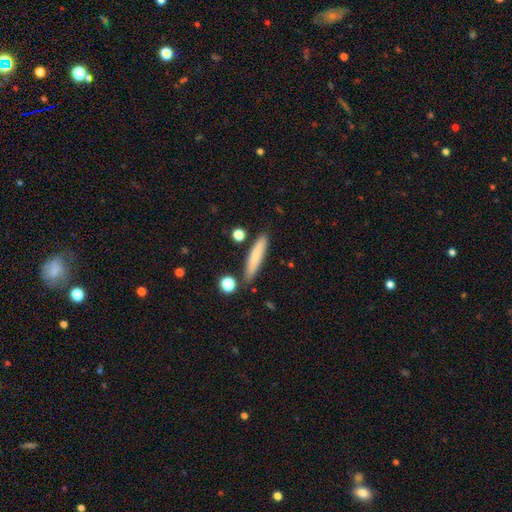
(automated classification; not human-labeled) This is likely a smooth galaxy (77%). How rounded: clearly cigar-shaped (86%). Merging: clearly none (83%).